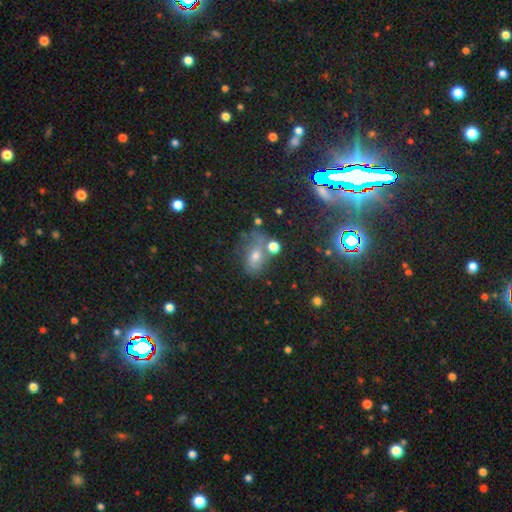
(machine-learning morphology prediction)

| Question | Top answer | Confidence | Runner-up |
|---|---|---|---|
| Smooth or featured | smooth | 45% | star or artifact (33%) |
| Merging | none | 55% | minor disturbance (20%) |